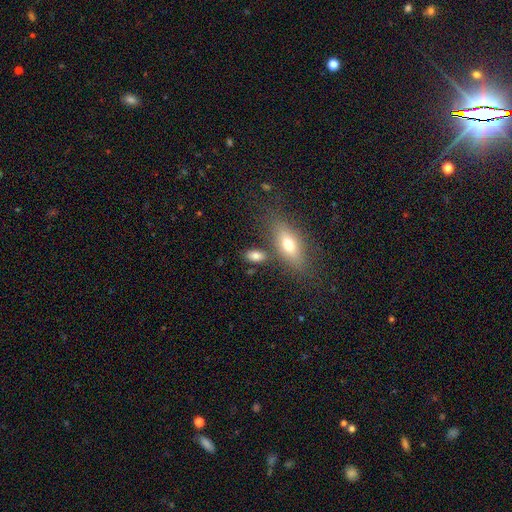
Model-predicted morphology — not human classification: smooth 78%, featured or disk 12%, star or artifact 10%. Down the decision tree: how rounded — in between (83%); merging — none (72%).